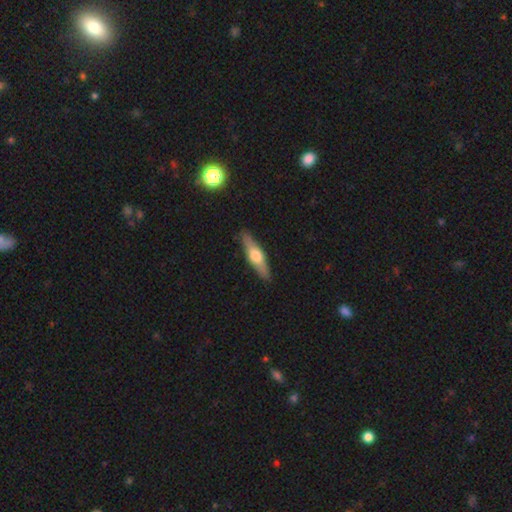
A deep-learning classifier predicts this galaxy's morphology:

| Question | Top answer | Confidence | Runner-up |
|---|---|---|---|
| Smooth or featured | featured or disk | 49% | smooth (46%) |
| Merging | none | 87% | minor disturbance (10%) |